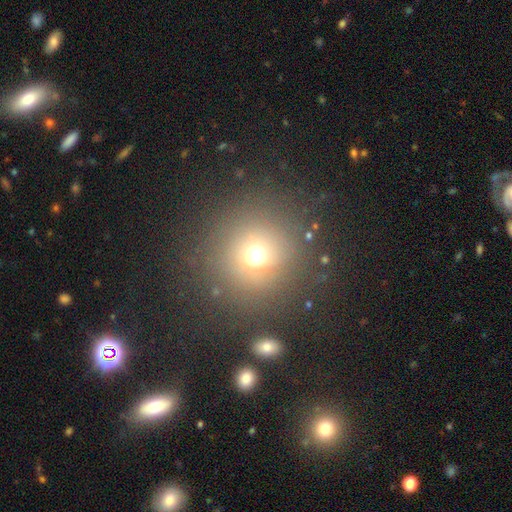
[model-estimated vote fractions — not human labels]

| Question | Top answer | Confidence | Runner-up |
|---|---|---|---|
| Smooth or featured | smooth | 66% | star or artifact (22%) |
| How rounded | round | 93% | in between (6%) |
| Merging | none | 80% | minor disturbance (9%) |